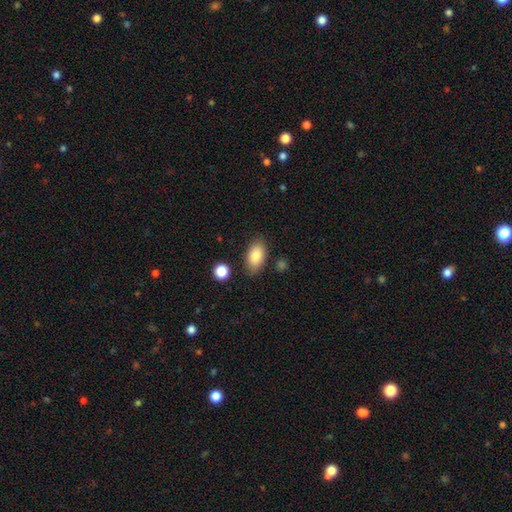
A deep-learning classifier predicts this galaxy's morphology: smooth_or_featured: smooth (p=0.85) [alt: featured or disk p=0.08]
how_rounded: in between (p=0.92) [alt: round p=0.05]
merging: none (p=0.80) [alt: minor disturbance p=0.14]